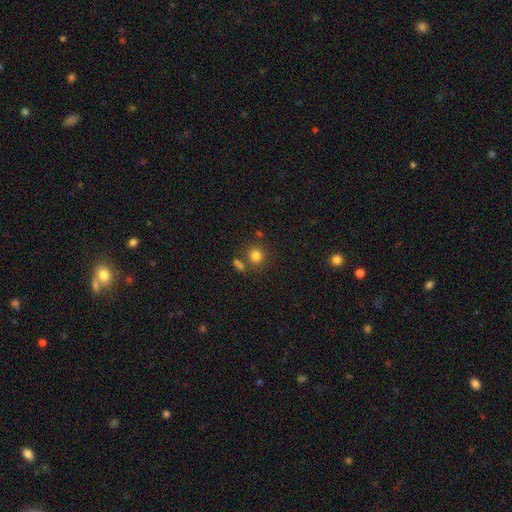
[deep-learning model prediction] Smooth or featured?
  - smooth: 80% *
  - star or artifact: 13%
  - featured or disk: 7%
How rounded?
  - round: 86% *
  - in between: 13%
  - cigar-shaped: 1%
Merging?
  - none: 70% *
  - merger: 16%
  - minor disturbance: 10%
  - major disturbance: 4%